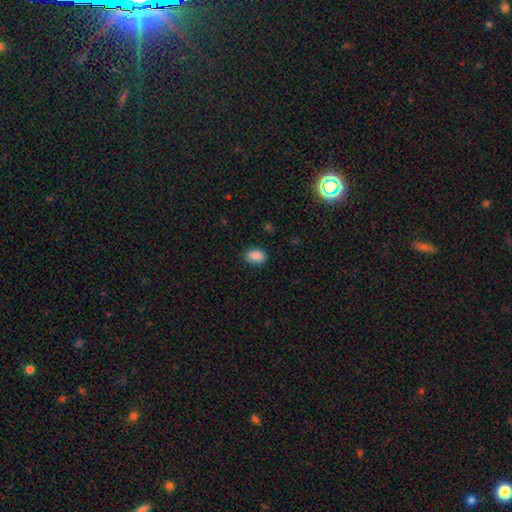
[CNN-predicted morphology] Overall: smooth (88%). How rounded: in between (83%). Merging: none (86%).